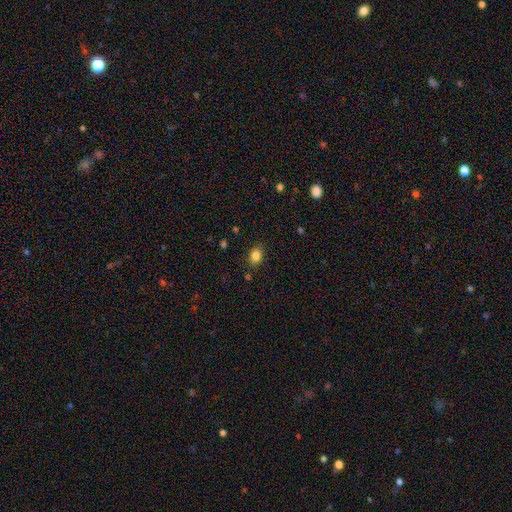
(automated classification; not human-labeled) Smooth or featured? smooth (83%)
How rounded? in between (63%)
Merging? none (85%)